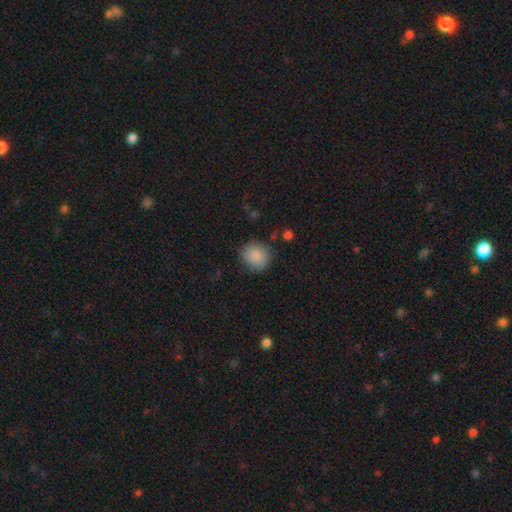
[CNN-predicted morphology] Smooth or featured? smooth (87%)
How rounded? round (80%)
Merging? none (78%)